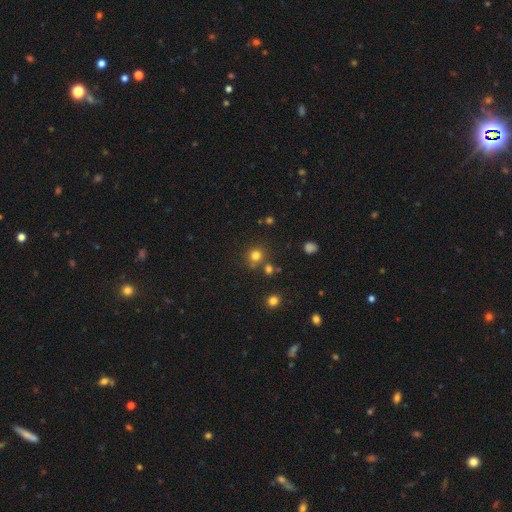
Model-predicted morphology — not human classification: This appears to be a smooth galaxy with no disk features (78%) that is round (90%). Merging: none (74%).